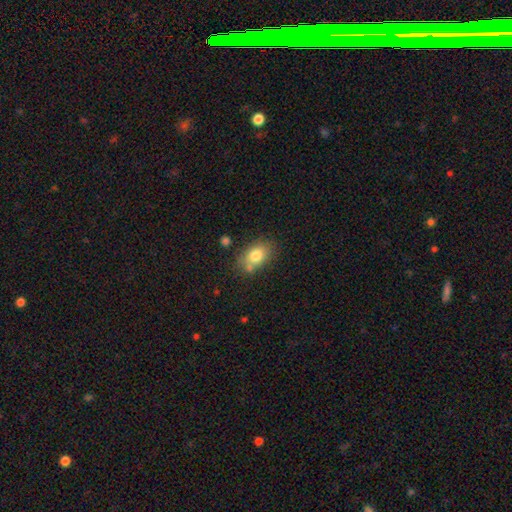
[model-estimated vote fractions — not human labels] Morphology: type=smooth (79%); roundness=in between (80%); merging=none (67%).